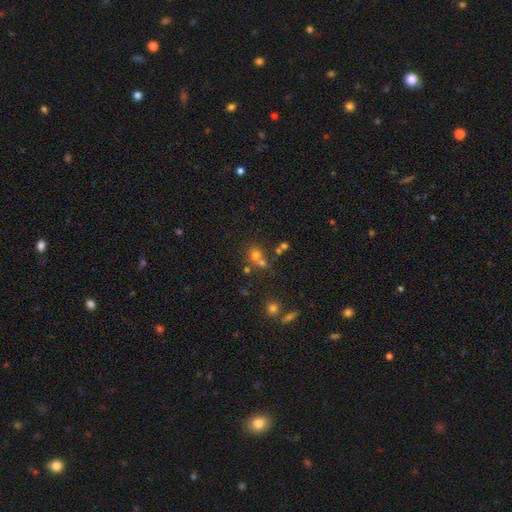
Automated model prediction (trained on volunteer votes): smooth 65%, star or artifact 22%, featured or disk 13%. Down the decision tree: how rounded — round (83%); merging — none (48%).